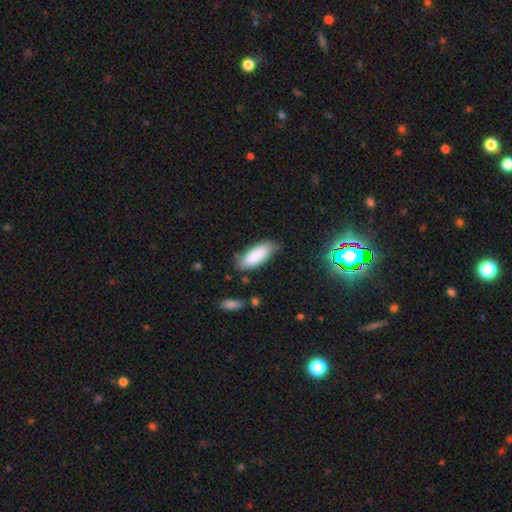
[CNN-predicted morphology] Overall: smooth (87%). How rounded: in between (76%). Merging: none (78%).